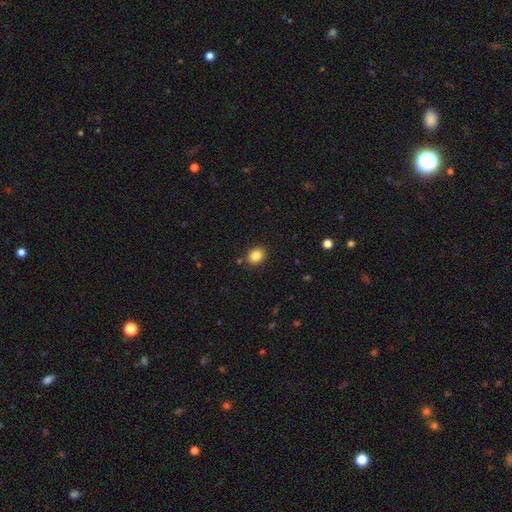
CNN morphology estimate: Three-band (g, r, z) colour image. It shows a smooth galaxy with no disk features (85%) that is round (56%). Merging: none (86%).